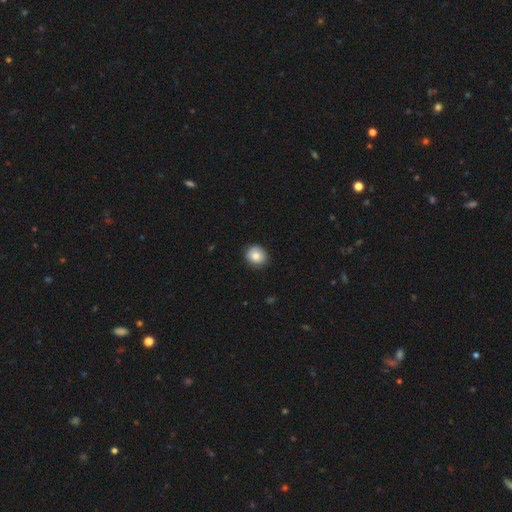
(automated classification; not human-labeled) Smooth or featured?
  - smooth: 83% *
  - featured or disk: 9%
  - star or artifact: 8%
How rounded?
  - round: 81% *
  - in between: 18%
  - cigar-shaped: 1%
Merging?
  - none: 88% *
  - minor disturbance: 9%
  - major disturbance: 2%
  - merger: 1%